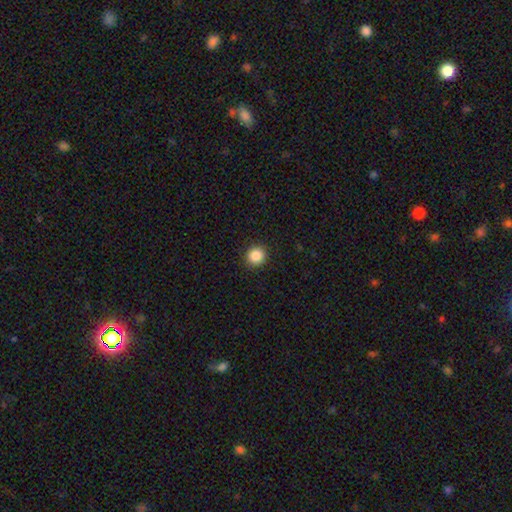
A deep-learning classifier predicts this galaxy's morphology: A smooth galaxy with no disk features (87%) that is round (93%).

Vote fractions:
- Smooth or featured? smooth: 87% / star or artifact: 10% / featured or disk: 3%
- How rounded? round: 93% / in between: 7% / cigar-shaped: 1%
- Merging? none: 92% / minor disturbance: 5% / major disturbance: 2% / merger: 1%